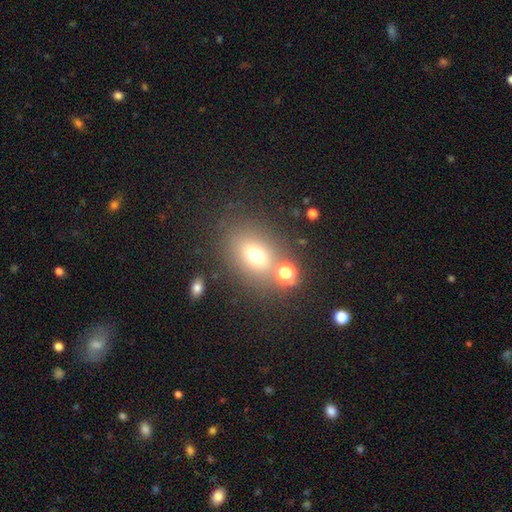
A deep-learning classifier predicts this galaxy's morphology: smooth-or-featured: smooth: 69% | star or artifact: 18% | featured or disk: 14%
  how-rounded: in between: 61% | round: 37% | cigar-shaped: 2%
  merging: none: 69% | merger: 13% | minor disturbance: 12% | major disturbance: 6%